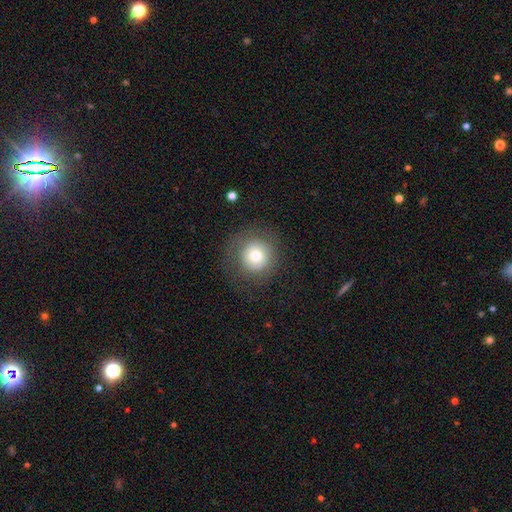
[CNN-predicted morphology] Overall: smooth (72%). How rounded: round (93%). Merging: none (78%).